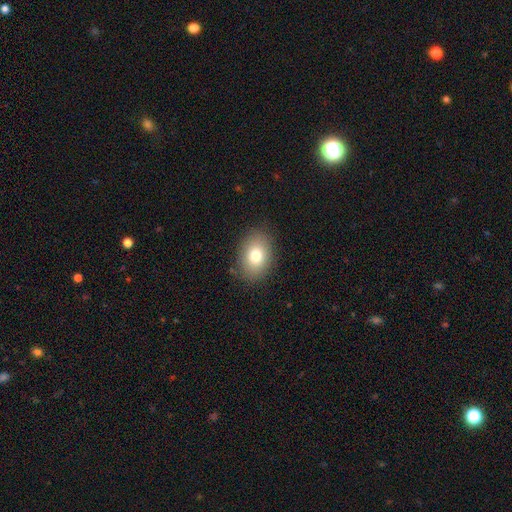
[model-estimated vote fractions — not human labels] A smooth galaxy with no disk features (78%) that is in between round and cigar-shaped (70%). Merging: none (86%).